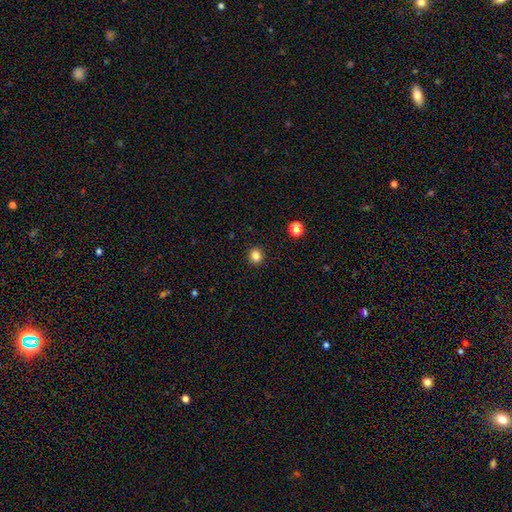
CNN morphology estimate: Overall: smooth (84%). How rounded: round (87%). Merging: none (92%).